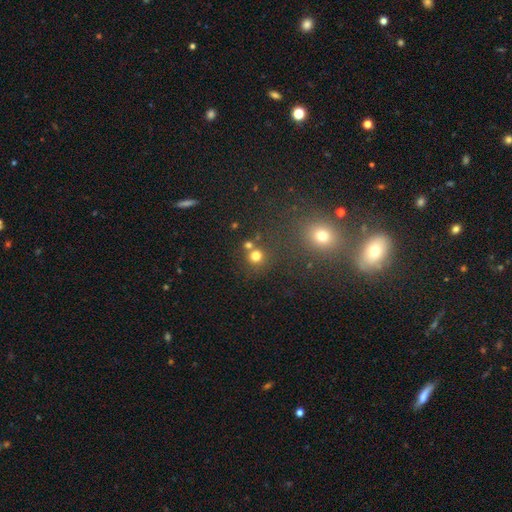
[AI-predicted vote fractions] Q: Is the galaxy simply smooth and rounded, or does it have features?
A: smooth — 75%.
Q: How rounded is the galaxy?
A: round — 91%.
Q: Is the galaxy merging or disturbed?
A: none — 70%.